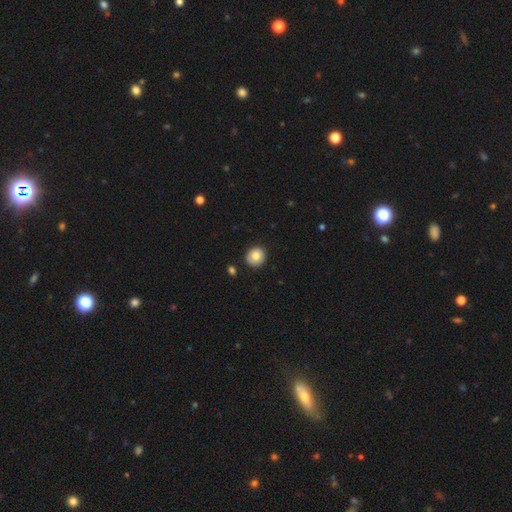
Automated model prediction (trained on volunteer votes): This is clearly a smooth galaxy (81%). How rounded: clearly round (88%). Merging: clearly none (89%).